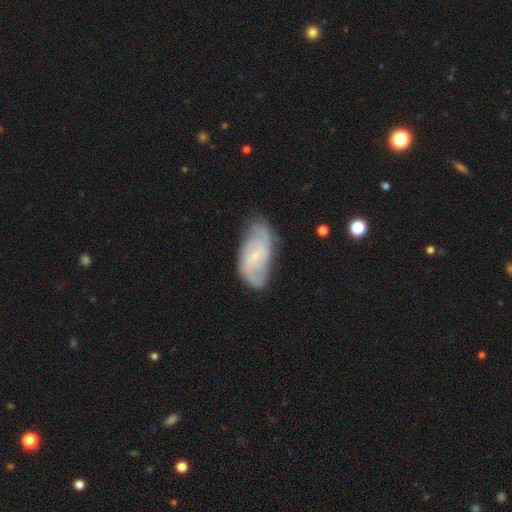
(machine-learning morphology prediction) Overall: featured or disk (67%). Edge-on disk: no (95%). Bar: no (49%; weak 41%). Spiral arms: yes (87%). Spiral arm count: 2 (57%; can't tell 27%). Spiral winding: medium (41%; tight 31%). Bulge size: small (75%). Merging: none (61%; minor disturbance 27%).